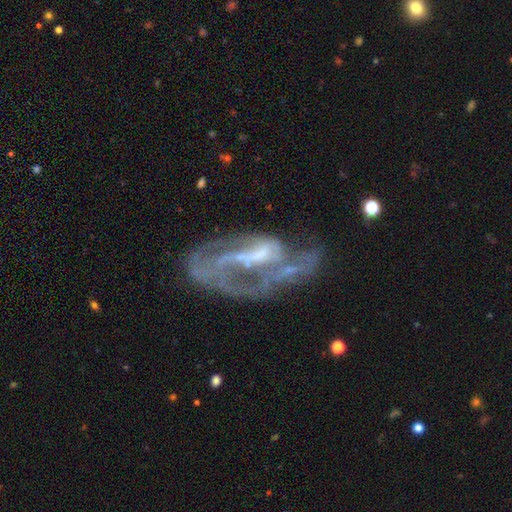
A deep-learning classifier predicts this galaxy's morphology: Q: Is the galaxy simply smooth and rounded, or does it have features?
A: featured or disk — 79%.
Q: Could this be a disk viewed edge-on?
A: no — 95%.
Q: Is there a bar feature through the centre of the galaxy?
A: weak — 39%, tied with no.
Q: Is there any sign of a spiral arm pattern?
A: yes — 72%.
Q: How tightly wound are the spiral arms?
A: medium — 41%.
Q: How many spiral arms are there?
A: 2 — 33%.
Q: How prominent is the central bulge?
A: small — 39%.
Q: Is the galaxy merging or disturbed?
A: major disturbance — 39%.